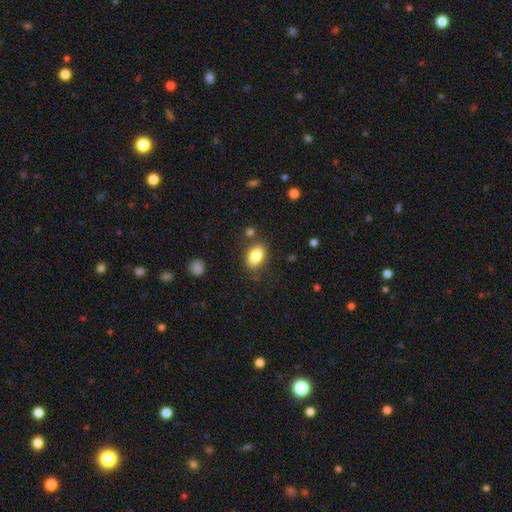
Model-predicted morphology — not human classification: A smooth galaxy with no disk features (83%) that is in between round and cigar-shaped (87%).

Vote fractions:
- Smooth or featured? smooth: 83% / featured or disk: 9% / star or artifact: 8%
- How rounded? in between: 87% / round: 11% / cigar-shaped: 2%
- Merging? none: 80% / minor disturbance: 12% / merger: 4% / major disturbance: 3%